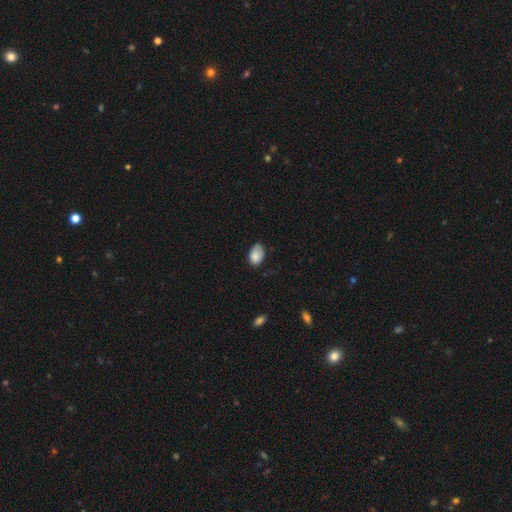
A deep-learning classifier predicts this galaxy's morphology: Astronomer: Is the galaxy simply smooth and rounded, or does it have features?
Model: smooth — 85%.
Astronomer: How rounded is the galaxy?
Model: in between — 87%.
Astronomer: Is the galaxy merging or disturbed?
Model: none — 61%.